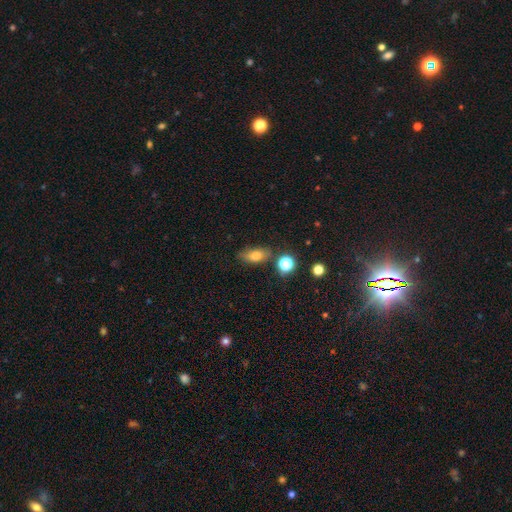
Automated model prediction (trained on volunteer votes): smooth-or-featured: smooth: 73% | featured or disk: 15% | star or artifact: 12%
  how-rounded: in between: 77% | cigar-shaped: 12% | round: 11%
  merging: none: 76% | minor disturbance: 15% | merger: 6% | major disturbance: 4%